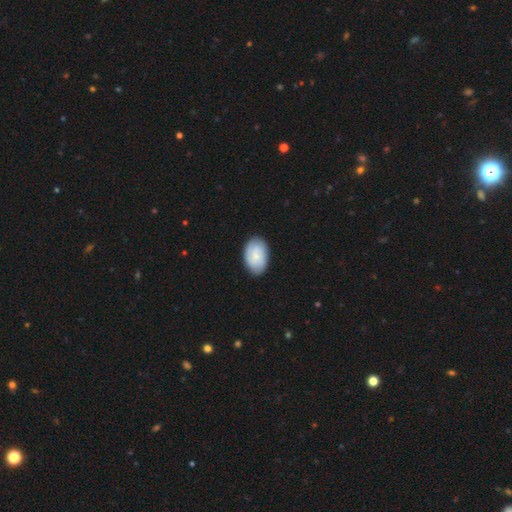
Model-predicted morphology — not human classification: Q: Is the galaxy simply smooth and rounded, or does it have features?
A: smooth — 63%.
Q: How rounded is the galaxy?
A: in between — 89%.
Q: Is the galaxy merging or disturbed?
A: none — 85%.